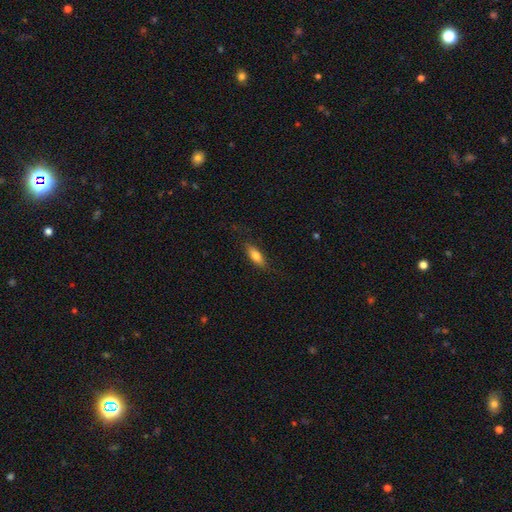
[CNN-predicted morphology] The model was most divided on "how rounded": in between: 62%, cigar-shaped: 35%, round: 3%. More confident: merging — none (81%); smooth or featured — smooth (74%).